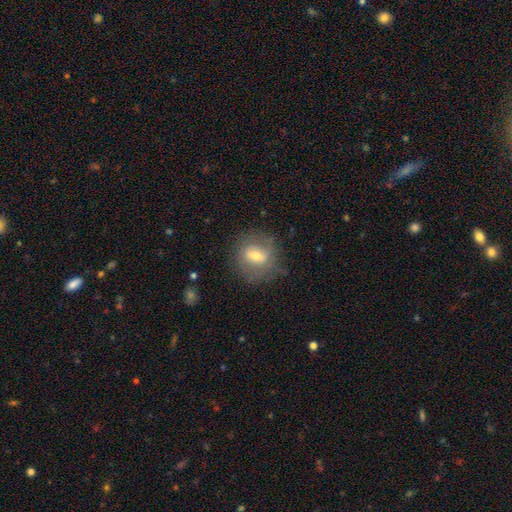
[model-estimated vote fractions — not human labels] Smooth or featured? Predicted: smooth (p=0.53). How rounded? Predicted: round (p=0.71). Merging? Predicted: none (p=0.72).